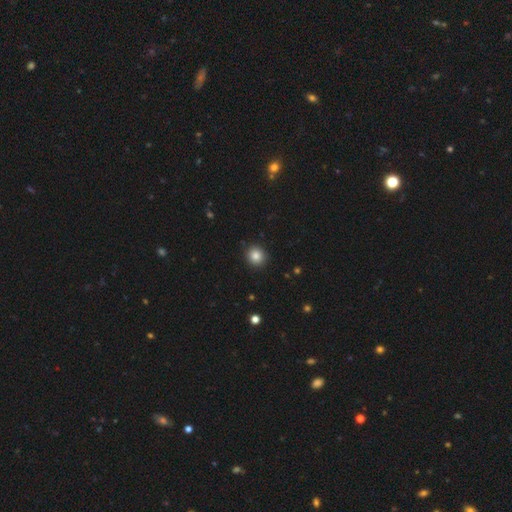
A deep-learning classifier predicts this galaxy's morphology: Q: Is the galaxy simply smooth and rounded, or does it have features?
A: smooth — 84%.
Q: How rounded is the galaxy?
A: round — 87%.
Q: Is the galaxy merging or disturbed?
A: none — 91%.